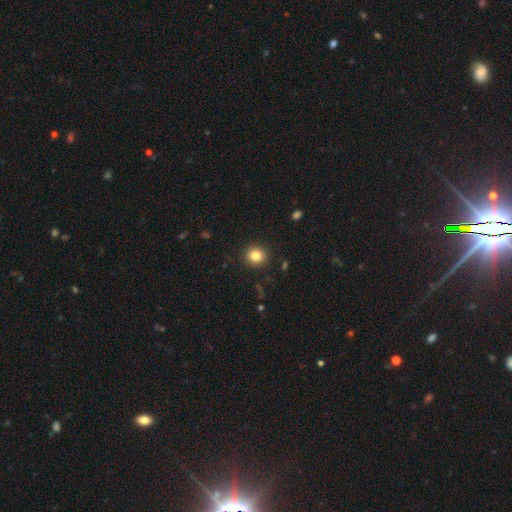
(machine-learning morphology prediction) The model was most divided on "smooth or featured": smooth: 83%, star or artifact: 11%, featured or disk: 6%. More confident: merging — none (92%); how rounded — round (91%).